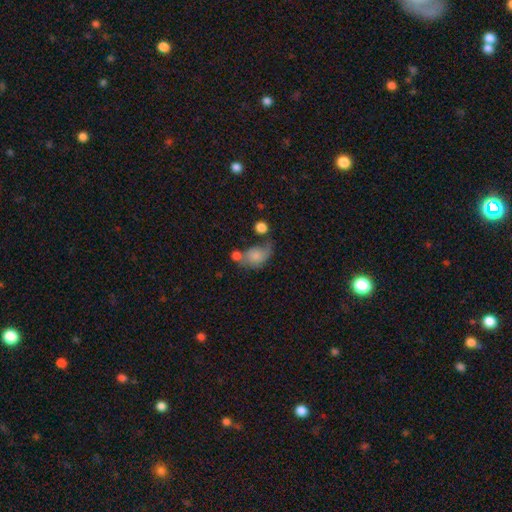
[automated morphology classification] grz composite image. It shows a smooth galaxy with no disk features (68%) that is in between round and cigar-shaped (68%). Merging: none (27%).